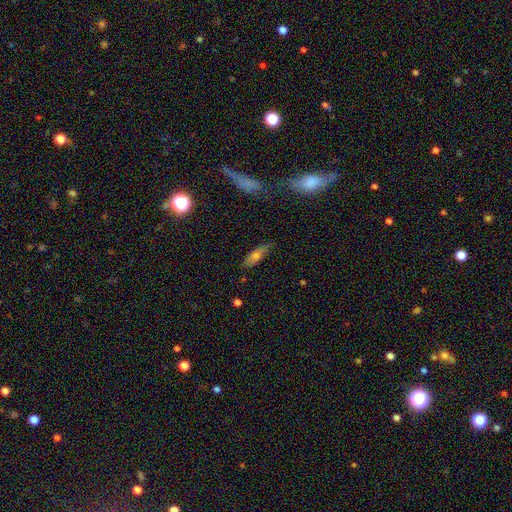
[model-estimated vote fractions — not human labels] smooth 61%, featured or disk 29%, star or artifact 10%. Down the decision tree: how rounded — cigar-shaped (53%); merging — none (75%).